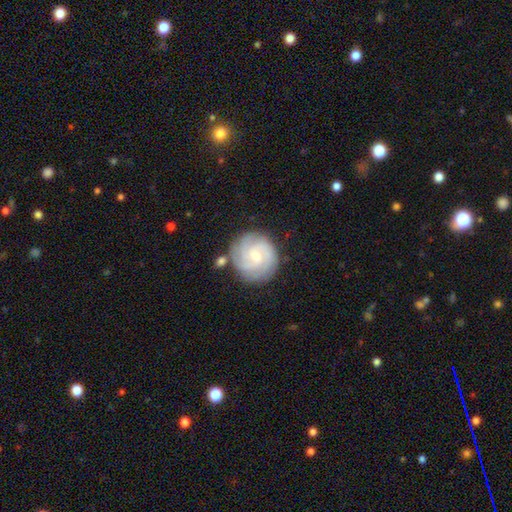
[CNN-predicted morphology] Smooth or featured? featured or disk (75%)
Edge-on disk? no (98%)
Bar? no (57%)
Spiral arms? yes (95%)
Spiral winding? tight (66%)
Spiral arm count? 3 (33%)
Bulge size? small (59%)
Merging? none (79%)